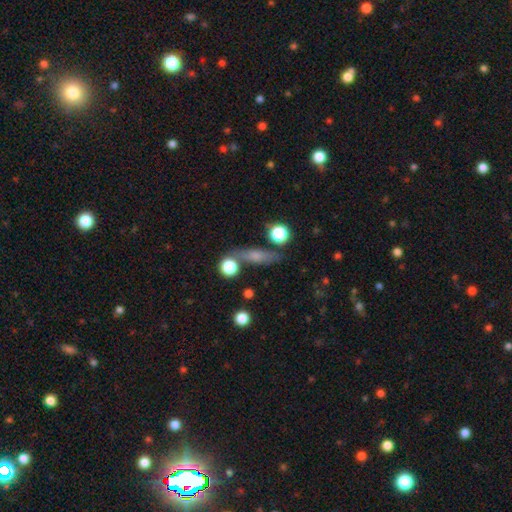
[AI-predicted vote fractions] Overall: smooth (54%; featured or disk 34%). How rounded: cigar-shaped (53%; in between 34%). Merging: none (73%).